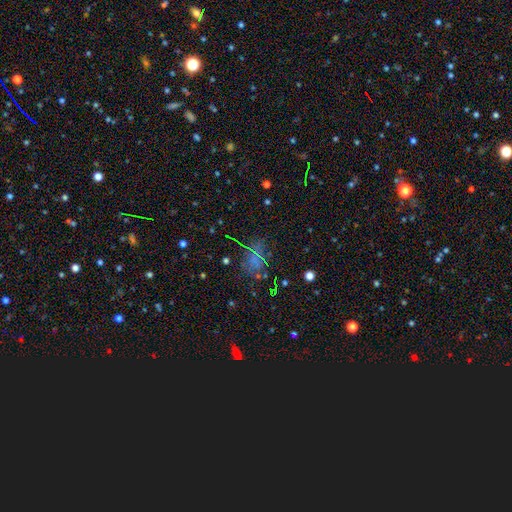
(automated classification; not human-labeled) A star or artifact, not a galaxy (43%).